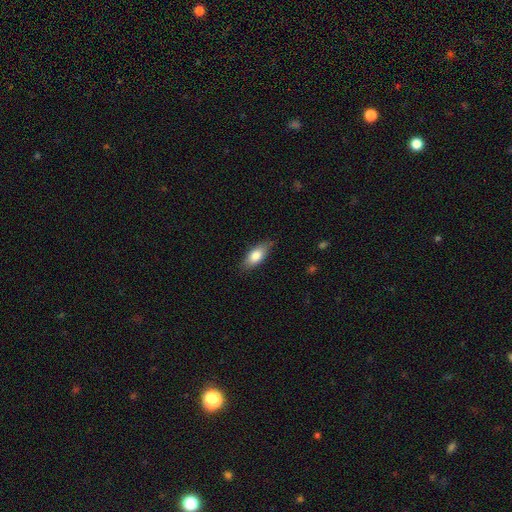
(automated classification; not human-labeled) smooth_or_featured: smooth (p=0.79) [alt: featured or disk p=0.14]
how_rounded: in between (p=0.83) [alt: cigar-shaped p=0.14]
merging: none (p=0.79) [alt: minor disturbance p=0.17]